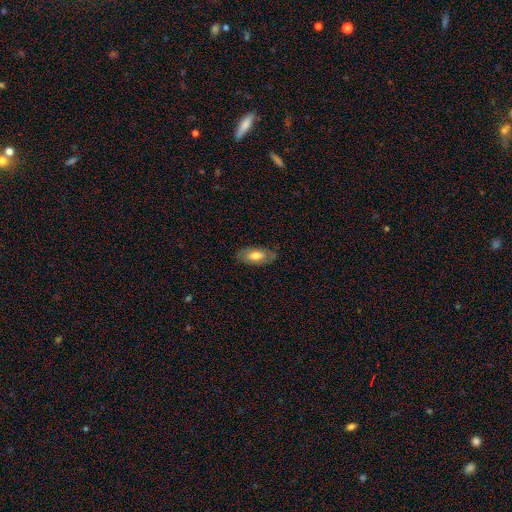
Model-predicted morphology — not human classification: Smooth or featured? smooth (62%)
How rounded? in between (87%)
Merging? none (80%)